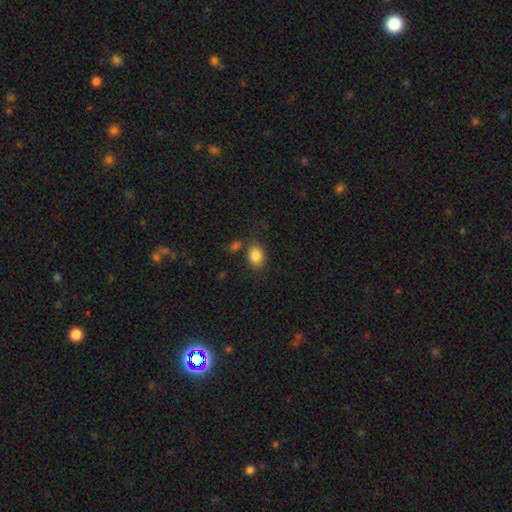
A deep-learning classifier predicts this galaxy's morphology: Smooth or featured? Predicted: smooth (p=0.85). How rounded? Predicted: in between (p=0.75). Merging? Predicted: none (p=0.76).